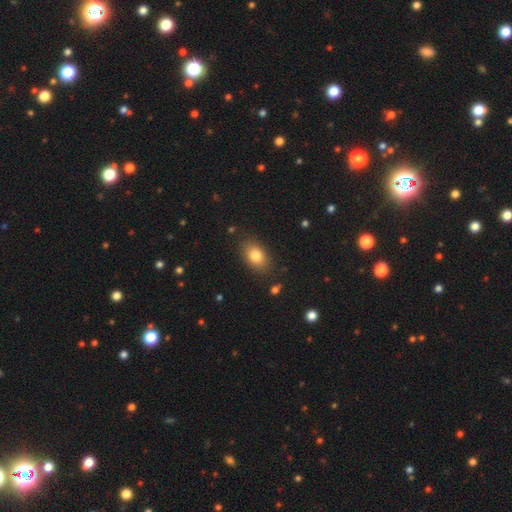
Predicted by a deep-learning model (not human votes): smooth_or_featured: smooth (p=0.82) [alt: featured or disk p=0.10]
how_rounded: in between (p=0.85) [alt: round p=0.13]
merging: none (p=0.84) [alt: minor disturbance p=0.11]